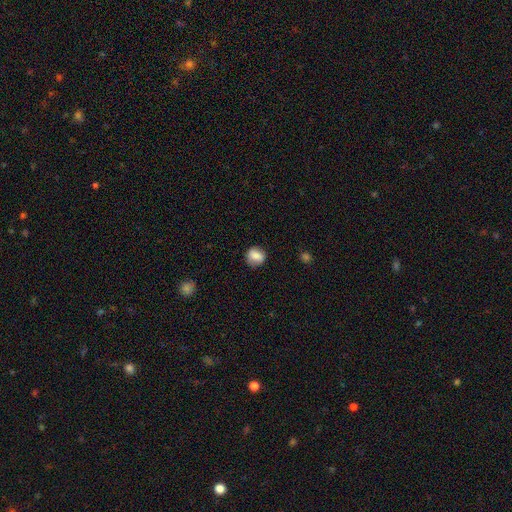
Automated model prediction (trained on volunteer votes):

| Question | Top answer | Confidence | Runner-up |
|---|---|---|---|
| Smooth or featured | smooth | 81% | featured or disk (10%) |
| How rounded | round | 73% | in between (26%) |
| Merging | none | 80% | minor disturbance (15%) |